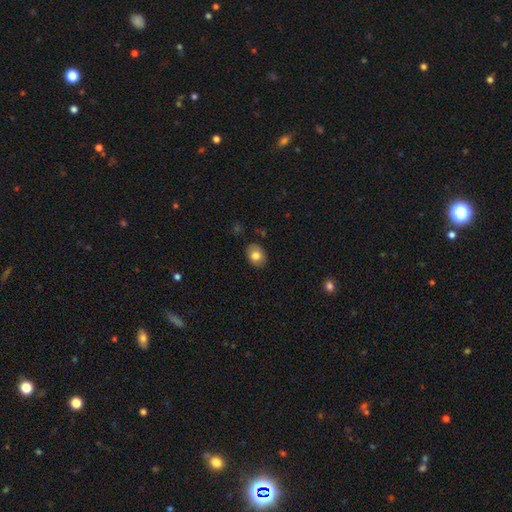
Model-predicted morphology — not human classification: smooth-or-featured: smooth: 79% | featured or disk: 13% | star or artifact: 8%
  how-rounded: in between: 62% | round: 37% | cigar-shaped: 1%
  merging: none: 85% | minor disturbance: 11% | major disturbance: 2% | merger: 1%